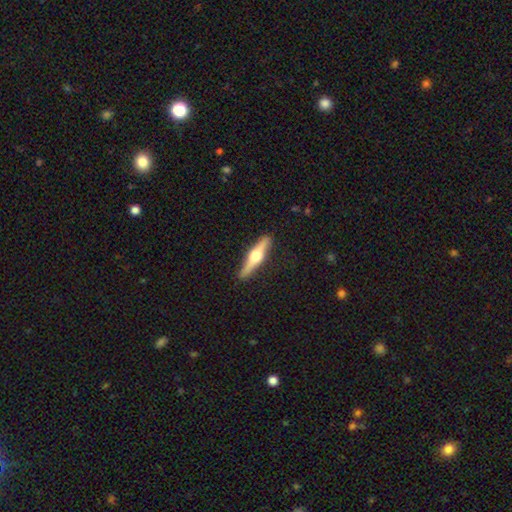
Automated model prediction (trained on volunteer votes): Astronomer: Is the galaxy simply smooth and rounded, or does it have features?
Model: featured or disk — 67%.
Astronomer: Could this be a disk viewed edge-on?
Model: yes — 97%.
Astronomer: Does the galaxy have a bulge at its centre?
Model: rounded — 95%.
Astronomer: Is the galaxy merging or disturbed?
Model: none — 90%.